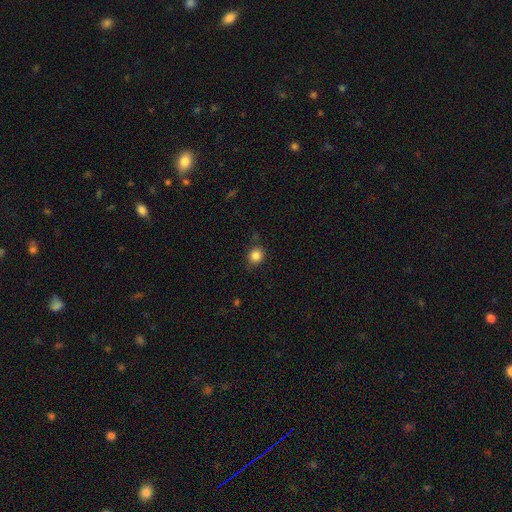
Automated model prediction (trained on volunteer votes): smooth_or_featured: smooth (p=0.85) [alt: star or artifact p=0.11]
how_rounded: round (p=0.85) [alt: in between p=0.14]
merging: none (p=0.82) [alt: minor disturbance p=0.13]